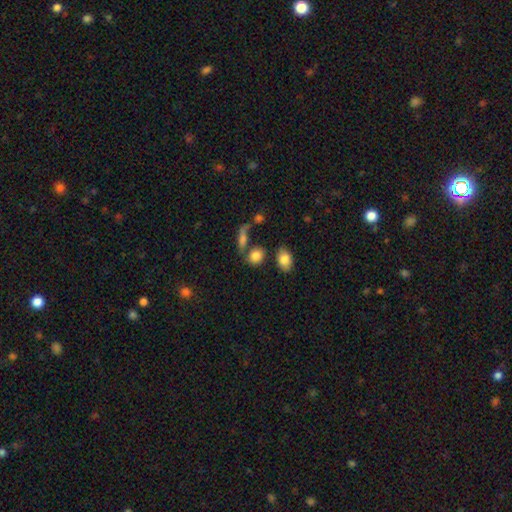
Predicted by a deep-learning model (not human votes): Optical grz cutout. It shows a smooth galaxy with no disk features (82%) that is in between round and cigar-shaped (50%). Merging: none (56%).